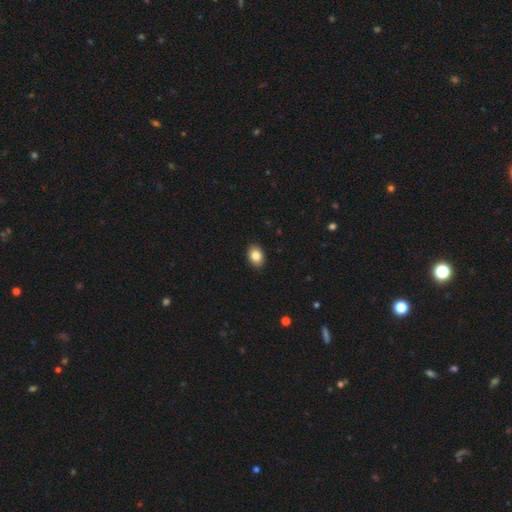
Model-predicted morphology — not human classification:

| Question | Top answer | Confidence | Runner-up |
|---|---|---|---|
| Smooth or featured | smooth | 85% | star or artifact (8%) |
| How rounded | in between | 74% | round (25%) |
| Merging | none | 91% | minor disturbance (7%) |